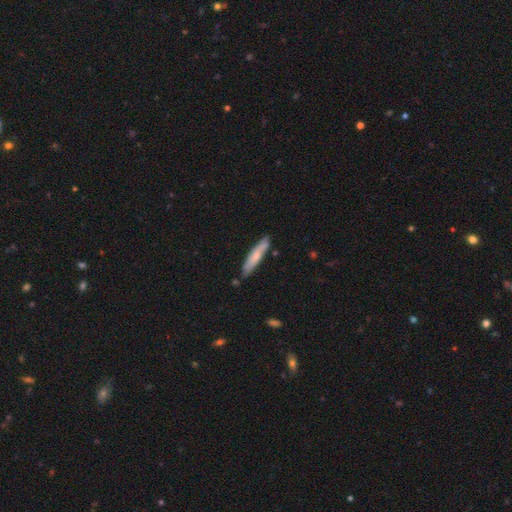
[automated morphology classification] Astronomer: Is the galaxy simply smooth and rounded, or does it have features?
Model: smooth — 63%.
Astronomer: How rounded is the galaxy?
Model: cigar-shaped — 87%.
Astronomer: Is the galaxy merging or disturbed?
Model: none — 78%.